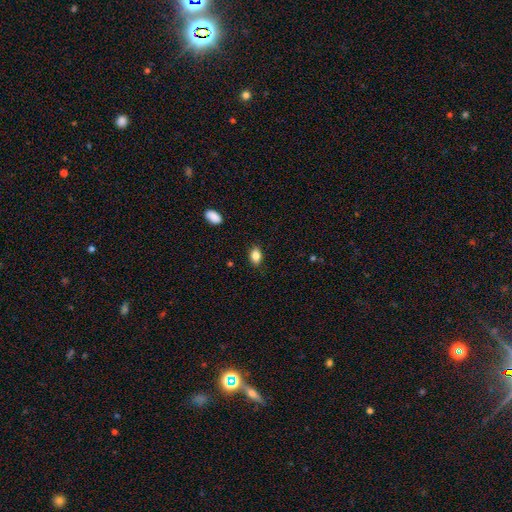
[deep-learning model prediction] This appears to be a smooth galaxy with no disk features (85%) that is in between round and cigar-shaped (84%). Merging: none (86%).